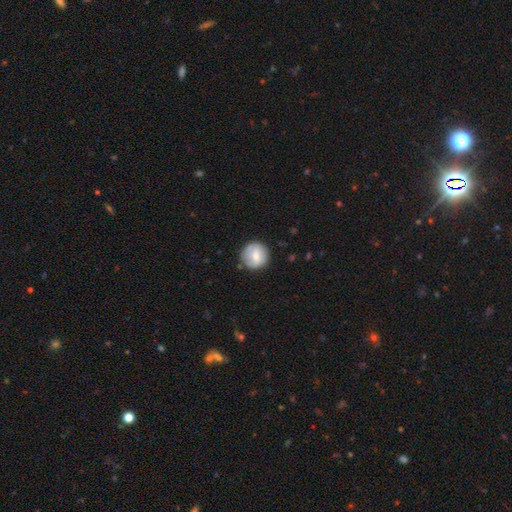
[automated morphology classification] A smooth galaxy with no disk features (67%) that is round (93%). Merging: none (81%).